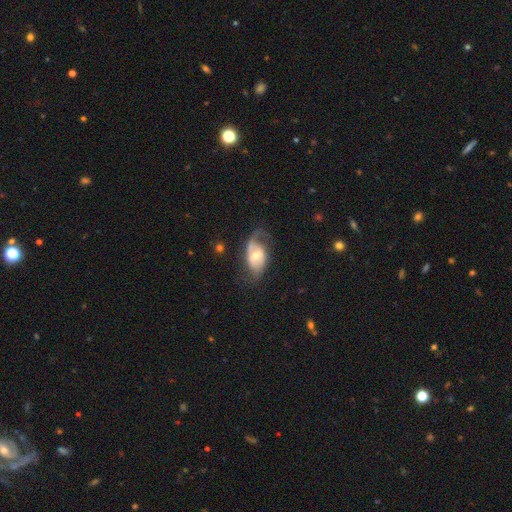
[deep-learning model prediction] Smooth or featured? featured or disk (73%)
Edge-on disk? no (95%)
Bar? no (53%)
Spiral arms? yes (86%)
Spiral winding? loose (45%)
Spiral arm count? 2 (60%)
Bulge size? moderate (61%)
Merging? none (49%)